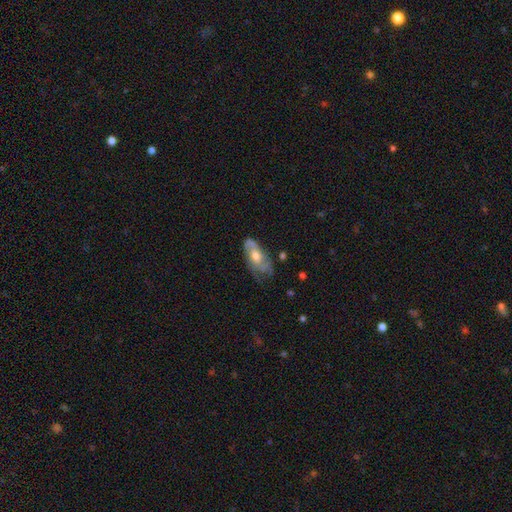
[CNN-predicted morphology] This appears to be a featured or disk galaxy (62%) with no bar (70%), spiral arms (75%) and a moderate central bulge (69%). Merging: none (53%).